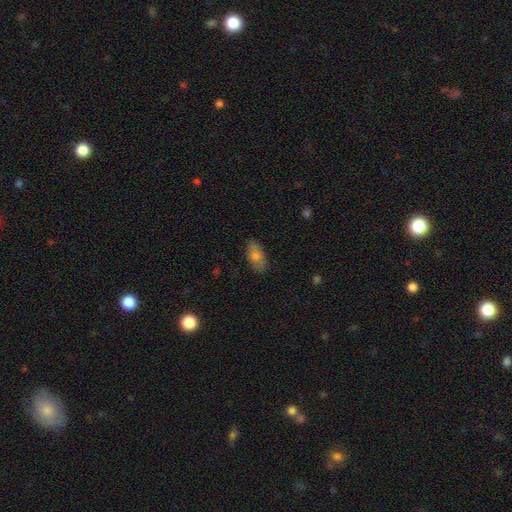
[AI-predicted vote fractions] Smooth or featured? Predicted: smooth (p=0.75). How rounded? Predicted: in between (p=0.89). Merging? Predicted: none (p=0.82).